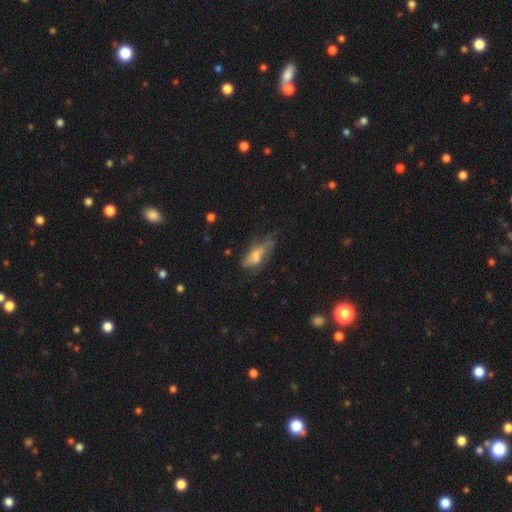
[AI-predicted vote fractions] The model was most divided on "merging": major disturbance: 33%, none: 32%, minor disturbance: 30%, merger: 5%. More confident: how rounded — in between (68%); smooth or featured — smooth (54%).